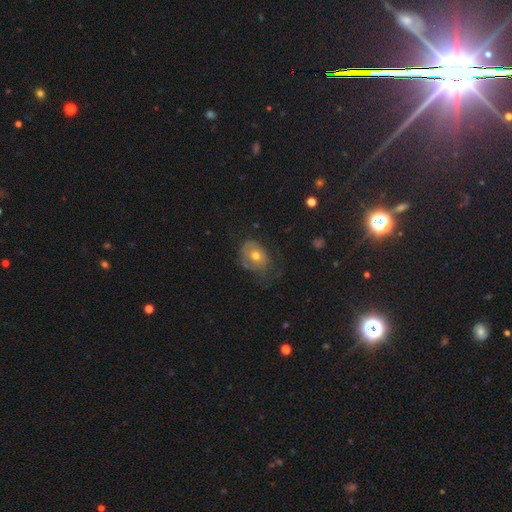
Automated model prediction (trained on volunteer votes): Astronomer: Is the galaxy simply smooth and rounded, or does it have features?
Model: smooth — 58%.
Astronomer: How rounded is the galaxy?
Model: in between — 60% (runner-up: round, 39%).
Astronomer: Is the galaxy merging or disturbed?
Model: none — 45% (runner-up: minor disturbance, 32%).